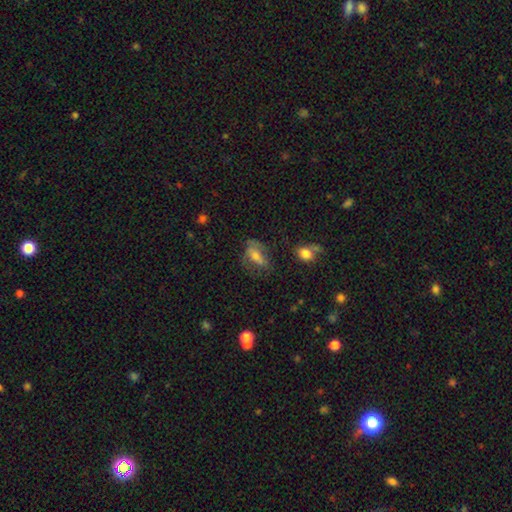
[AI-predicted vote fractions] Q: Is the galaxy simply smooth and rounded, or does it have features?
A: smooth — 44%.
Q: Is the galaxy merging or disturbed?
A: none — 53%.